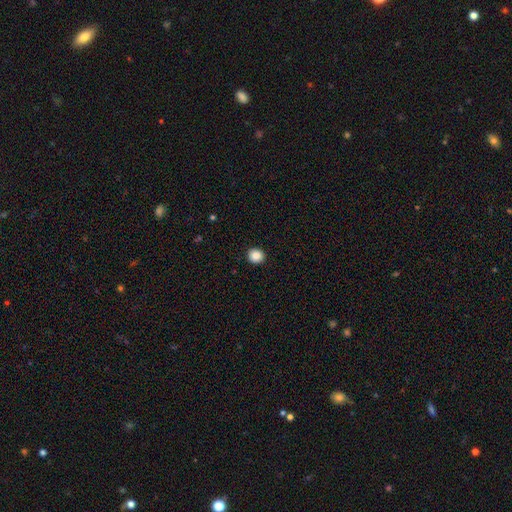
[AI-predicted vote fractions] Smooth or featured? Predicted: smooth (p=0.88). How rounded? Predicted: round (p=0.86). Merging? Predicted: none (p=0.93).